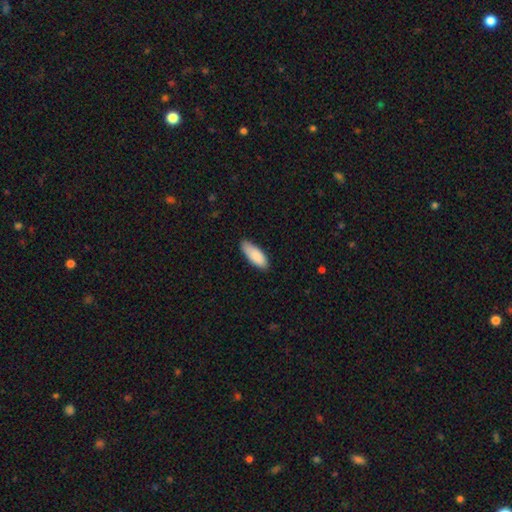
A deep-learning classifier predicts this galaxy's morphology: Smooth or featured? Predicted: smooth (p=0.88). How rounded? Predicted: in between (p=0.73). Merging? Predicted: none (p=0.78).